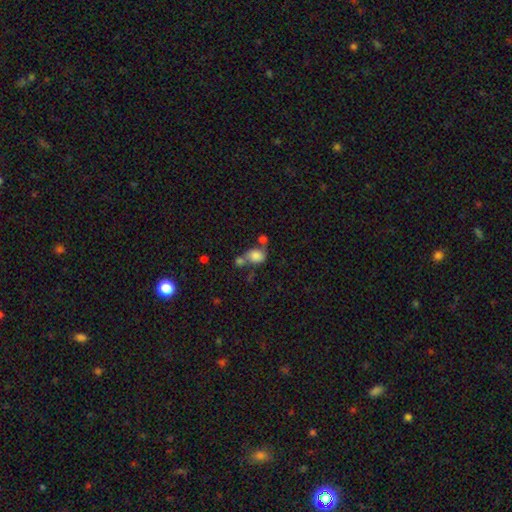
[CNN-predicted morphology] This appears to be a smooth galaxy with no disk features (80%) that is round (52%). Merging: merger (42%).